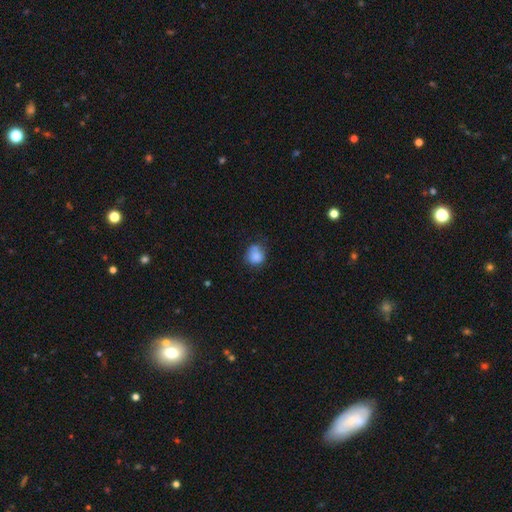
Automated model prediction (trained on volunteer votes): smooth 81%, featured or disk 10%, star or artifact 10%. Down the decision tree: how rounded — round (74%); merging — none (51%).